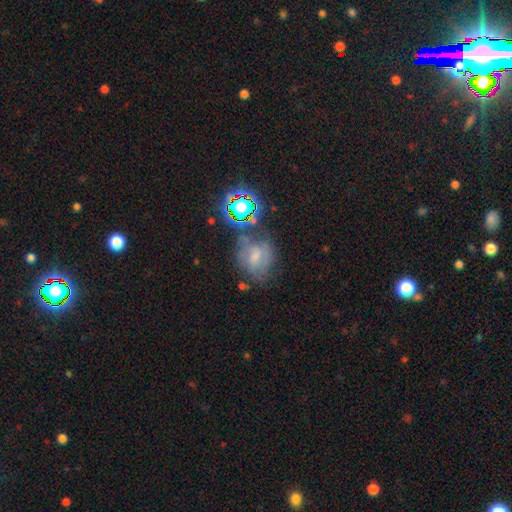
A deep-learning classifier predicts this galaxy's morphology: The model was most divided on "smooth or featured": smooth: 39%, featured or disk: 38%, star or artifact: 23%. Remaining: merging — none (48%).